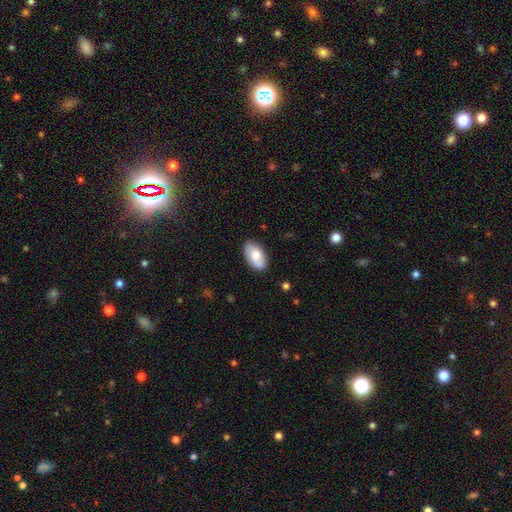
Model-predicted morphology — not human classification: type=smooth (73%); roundness=in between (94%); merging=none (82%).